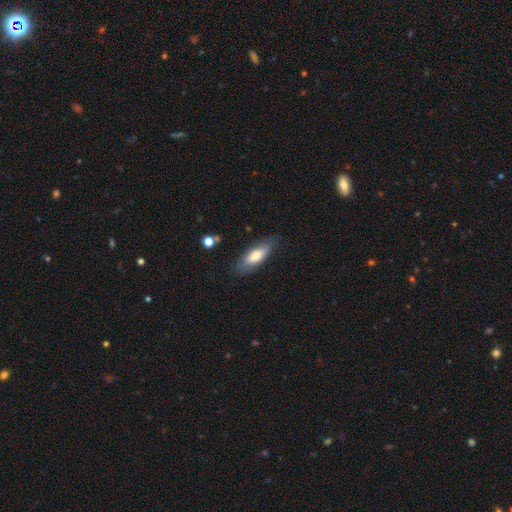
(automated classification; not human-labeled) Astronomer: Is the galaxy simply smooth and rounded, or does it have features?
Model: smooth — 72%.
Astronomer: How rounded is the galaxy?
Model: in between — 67%.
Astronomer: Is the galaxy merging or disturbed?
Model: none — 80%.